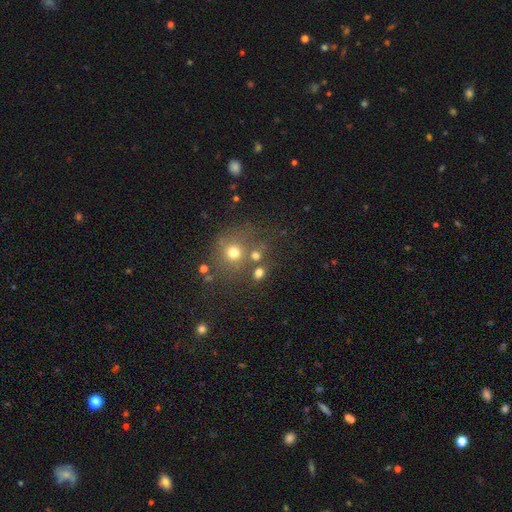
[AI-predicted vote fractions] smooth-or-featured: smooth: 66% | star or artifact: 22% | featured or disk: 12%
  how-rounded: round: 80% | in between: 19% | cigar-shaped: 1%
  merging: none: 63% | merger: 21% | minor disturbance: 11% | major disturbance: 6%